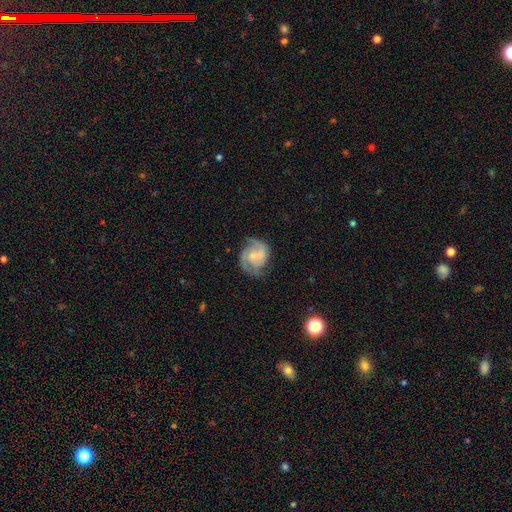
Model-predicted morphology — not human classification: This appears to be a featured or disk galaxy (74%) with no bar (57%), 2 (71%) medium (49%) spiral arms (93%) and a small central bulge (47%). Merging: none (63%).